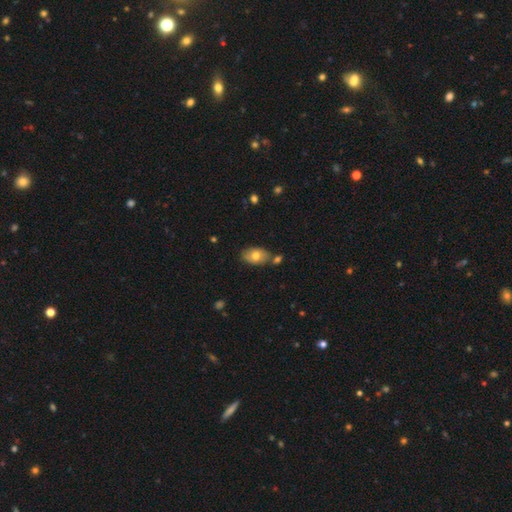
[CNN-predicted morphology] Smooth or featured? smooth (73%)
How rounded? in between (89%)
Merging? none (69%)